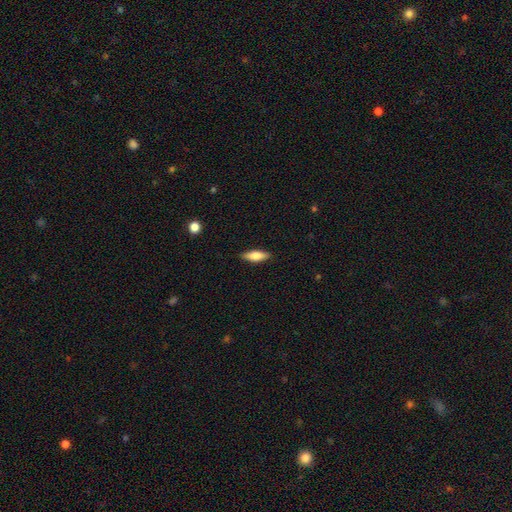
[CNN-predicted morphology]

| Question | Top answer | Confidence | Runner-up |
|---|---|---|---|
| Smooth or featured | smooth | 72% | featured or disk (21%) |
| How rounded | in between | 56% | cigar-shaped (42%) |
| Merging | none | 87% | minor disturbance (10%) |